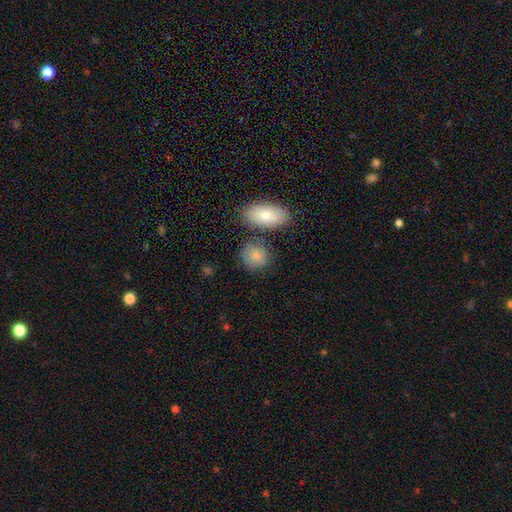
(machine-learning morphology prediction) type=smooth (82%); roundness=round (71%); merging=none (69%).